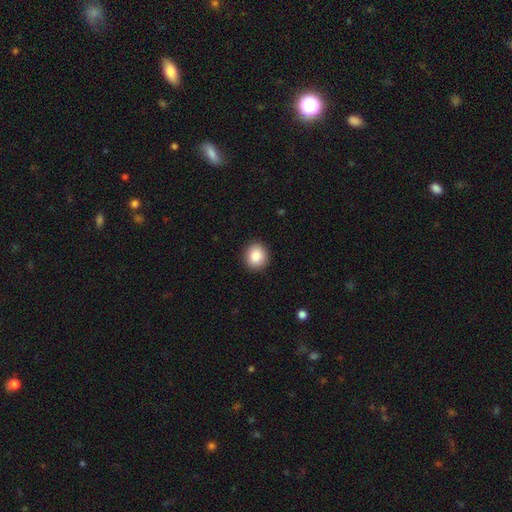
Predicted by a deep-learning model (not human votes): smooth-or-featured: smooth: 87% | star or artifact: 8% | featured or disk: 5%
  how-rounded: round: 81% | in between: 18% | cigar-shaped: 1%
  merging: none: 91% | minor disturbance: 6% | major disturbance: 2% | merger: 1%